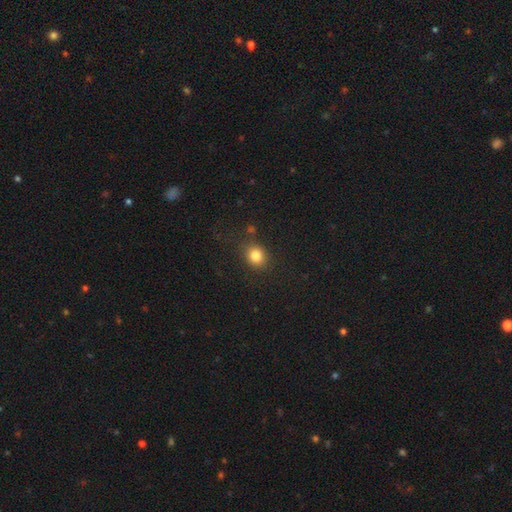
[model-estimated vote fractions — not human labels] Smooth or featured? smooth (83%)
How rounded? round (74%)
Merging? none (81%)